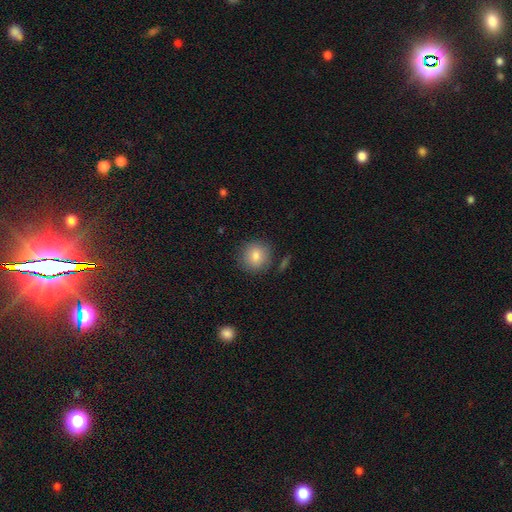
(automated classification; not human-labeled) smooth-or-featured: smooth: 82% | star or artifact: 9% | featured or disk: 9%
  how-rounded: round: 89% | in between: 10% | cigar-shaped: 1%
  merging: none: 85% | minor disturbance: 9% | merger: 3% | major disturbance: 3%